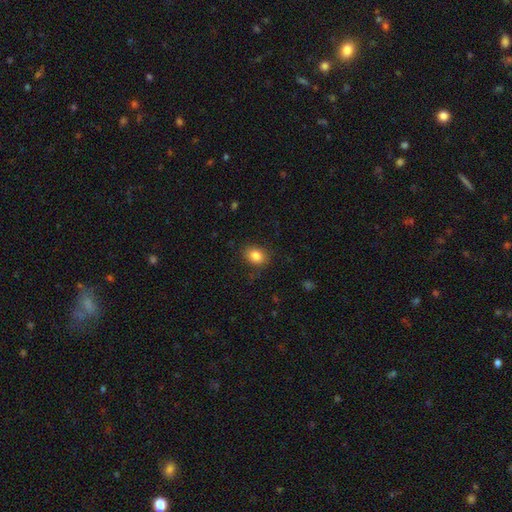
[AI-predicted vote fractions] smooth_or_featured: smooth (p=0.84) [alt: star or artifact p=0.10]
how_rounded: in between (p=0.58) [alt: round p=0.41]
merging: none (p=0.83) [alt: minor disturbance p=0.12]